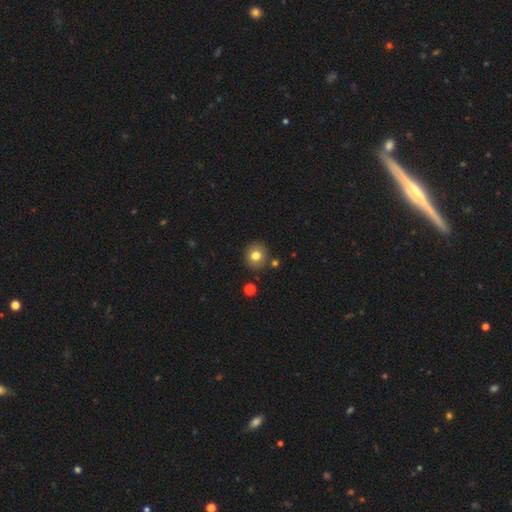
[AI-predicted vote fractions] Smooth or featured? smooth (79%)
How rounded? round (86%)
Merging? none (85%)